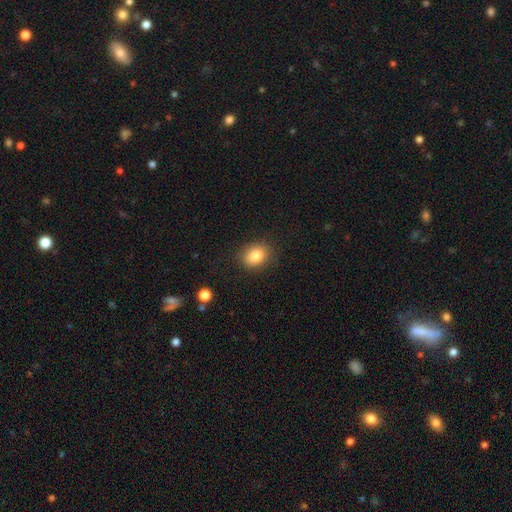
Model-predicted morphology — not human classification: smooth 83%, star or artifact 9%, featured or disk 7%. Down the decision tree: how rounded — in between (54%); merging — none (86%).